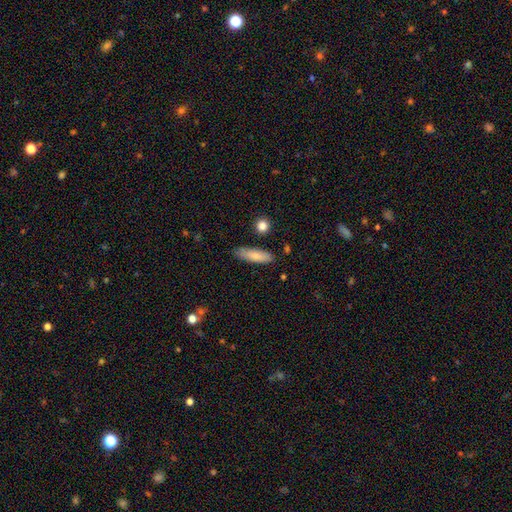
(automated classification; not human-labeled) The model was most divided on "how rounded": cigar-shaped: 60%, in between: 38%, round: 2%. More confident: merging — none (81%); smooth or featured — smooth (81%).